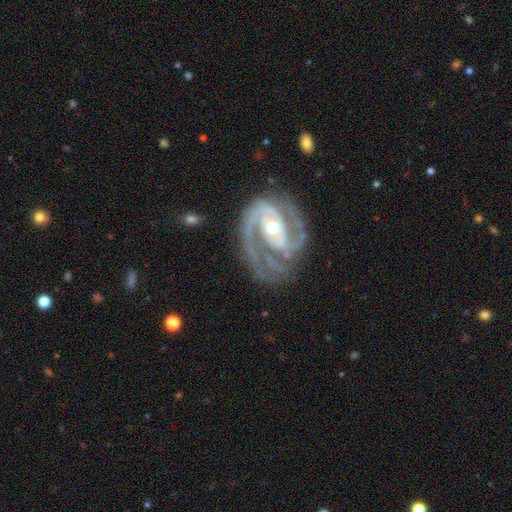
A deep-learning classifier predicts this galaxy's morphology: featured or disk 90%, star or artifact 6%, smooth 4%. Down the decision tree: edge-on disk — no (97%); bar — strong (42%); spiral arms — yes (97%); spiral arm count — 2 (74%); spiral winding — tight (46%); bulge size — moderate (50%); merging — none (67%).